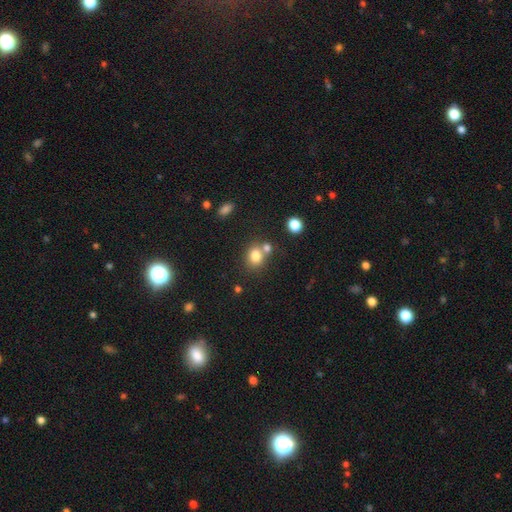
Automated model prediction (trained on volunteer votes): The model was most divided on "how rounded": round: 62%, in between: 37%, cigar-shaped: 1%. More confident: smooth or featured — smooth (79%); merging — none (55%).